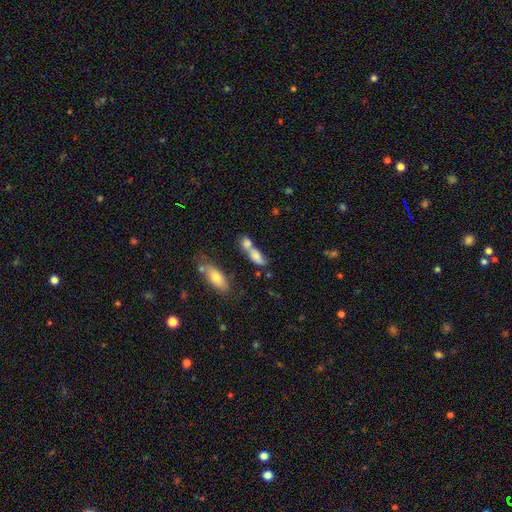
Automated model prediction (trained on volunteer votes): Smooth or featured? smooth (73%)
How rounded? in between (64%)
Merging? merger (59%)